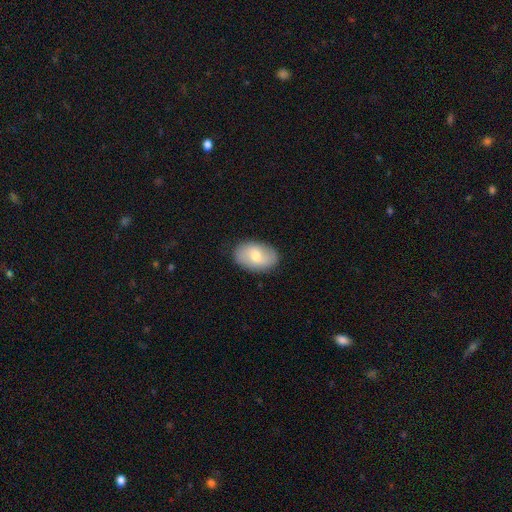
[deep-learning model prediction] Smooth or featured?
  - smooth: 62% *
  - featured or disk: 31%
  - star or artifact: 7%
How rounded?
  - in between: 89% *
  - round: 10%
  - cigar-shaped: 1%
Merging?
  - none: 86% *
  - minor disturbance: 11%
  - major disturbance: 2%
  - merger: 1%